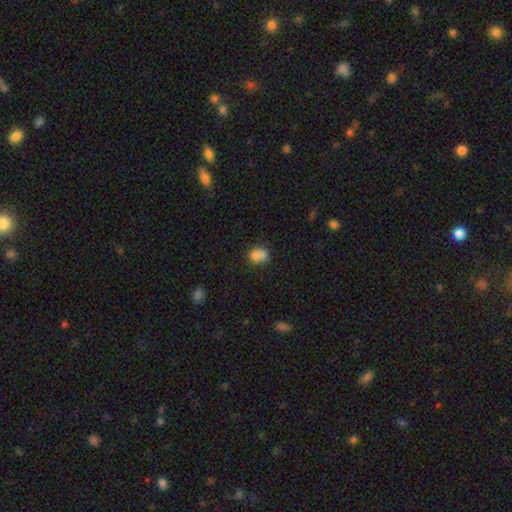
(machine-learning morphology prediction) smooth 74%, featured or disk 15%, star or artifact 10%. Down the decision tree: how rounded — round (59%); merging — merger (49%).